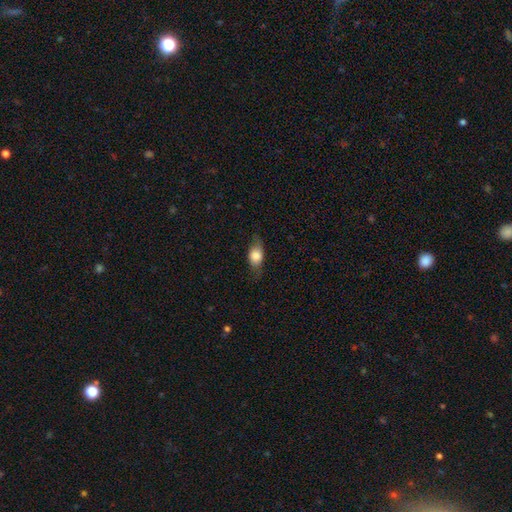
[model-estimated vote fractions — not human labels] Smooth or featured: smooth — 69% (featured or disk — 23%)
How rounded: in between — 75% (round — 17%)
Merging: none — 70% (minor disturbance — 21%)